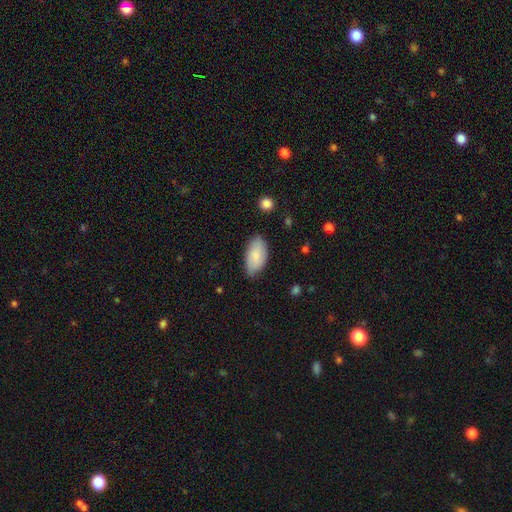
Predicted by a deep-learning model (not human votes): Smooth or featured? smooth (83%)
How rounded? in between (95%)
Merging? none (72%)